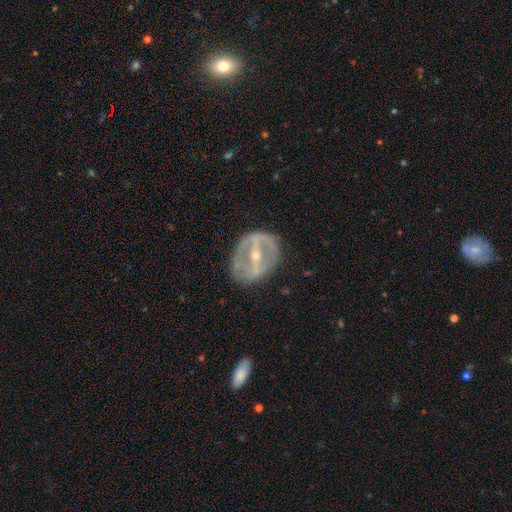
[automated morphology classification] This appears to be a featured or disk galaxy (82%) with a strong bar (72%), no spiral arms (59%) and a small central bulge (55%). Merging: none (74%).